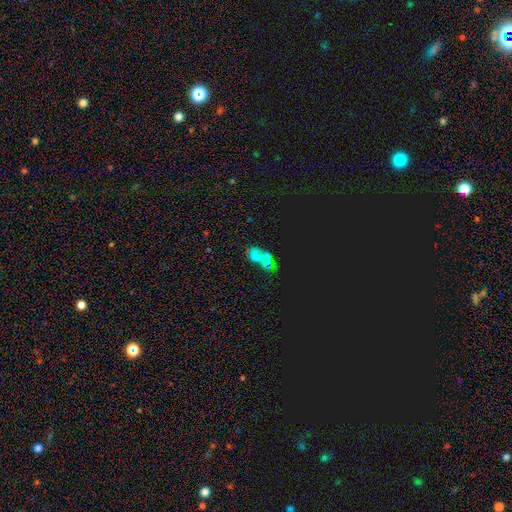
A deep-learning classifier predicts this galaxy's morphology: Smooth or featured: star or artifact — 35% (featured or disk — 32%)